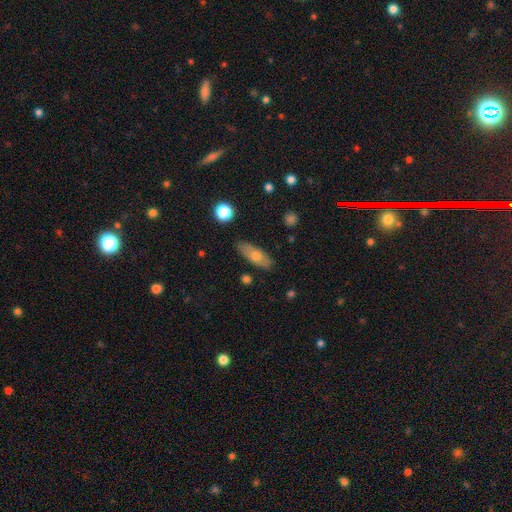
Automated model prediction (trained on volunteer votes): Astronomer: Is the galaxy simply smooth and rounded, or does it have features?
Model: smooth — 65%.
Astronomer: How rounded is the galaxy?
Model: in between — 70%.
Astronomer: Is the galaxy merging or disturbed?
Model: none — 83%.